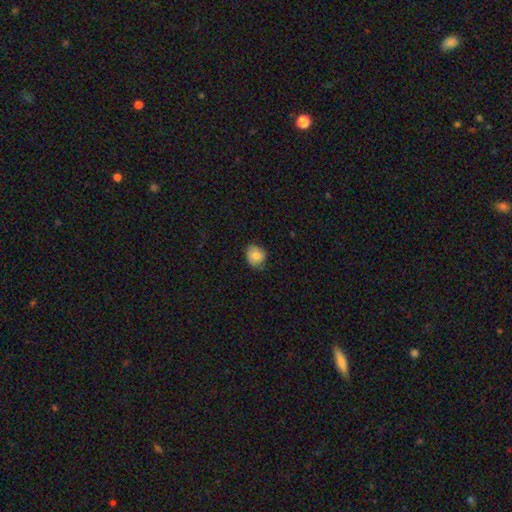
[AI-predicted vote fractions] A smooth galaxy with no disk features (81%) that is round (67%). Merging: none (73%).